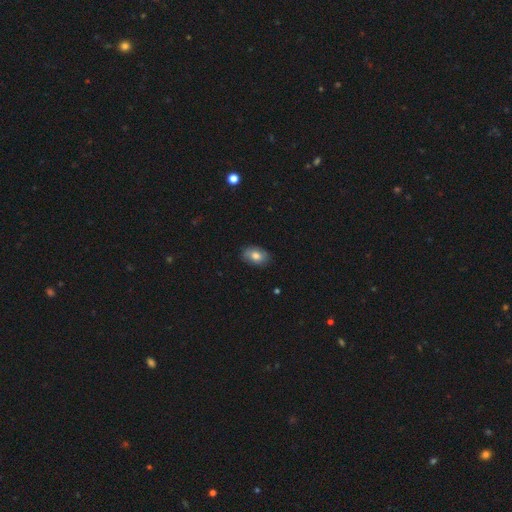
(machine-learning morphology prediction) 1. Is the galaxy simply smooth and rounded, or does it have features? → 77% smooth, 15% featured or disk, 8% star or artifact.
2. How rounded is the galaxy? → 88% in between, 11% round, 1% cigar-shaped.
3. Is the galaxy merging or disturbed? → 84% none, 13% minor disturbance, 2% major disturbance, 1% merger.